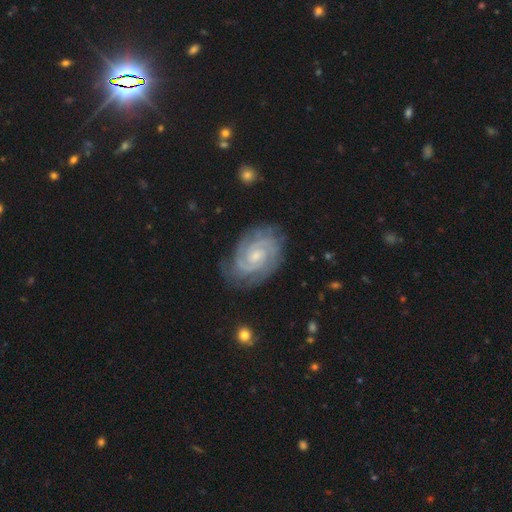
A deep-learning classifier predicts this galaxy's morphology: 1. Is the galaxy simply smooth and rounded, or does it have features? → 90% featured or disk, 5% smooth, 5% star or artifact.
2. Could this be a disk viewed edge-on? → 97% no, 3% yes.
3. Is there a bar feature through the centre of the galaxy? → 52% no, 40% weak, 8% strong.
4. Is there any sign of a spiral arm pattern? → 98% yes, 2% no.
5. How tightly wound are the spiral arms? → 72% tight, 25% medium, 3% loose.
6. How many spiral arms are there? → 67% 2, 13% 3, 9% can't tell, 4% 4, 3% 1, 3% more than 4.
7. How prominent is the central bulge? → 58% small, 34% moderate, 5% none, 2% large, 1% dominant.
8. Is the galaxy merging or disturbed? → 79% none, 15% minor disturbance, 4% major disturbance, 1% merger.